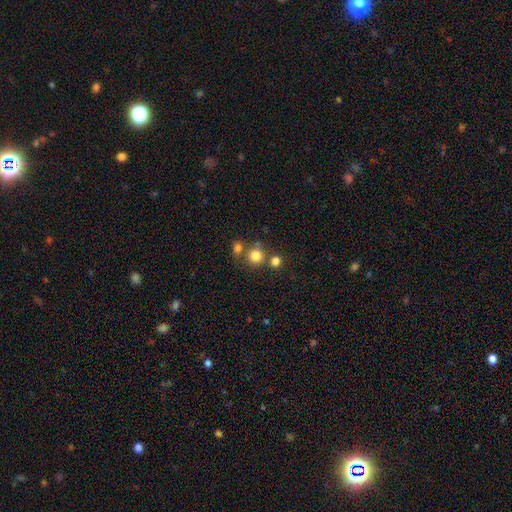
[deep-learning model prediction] Overall: smooth (79%). How rounded: round (90%). Merging: none (66%).